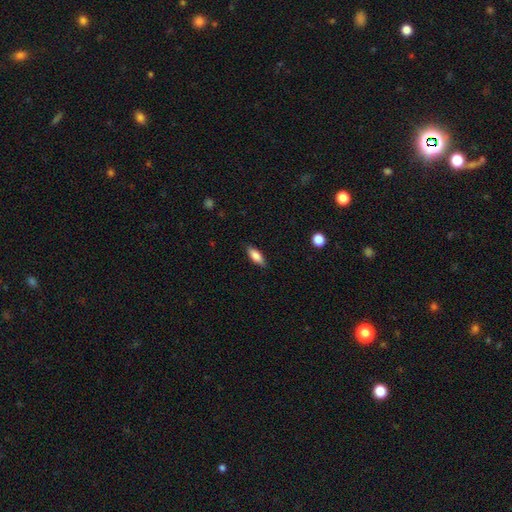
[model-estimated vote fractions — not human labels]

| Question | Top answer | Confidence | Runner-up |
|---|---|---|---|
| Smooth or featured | smooth | 81% | featured or disk (13%) |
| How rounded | in between | 70% | cigar-shaped (28%) |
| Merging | none | 86% | minor disturbance (11%) |